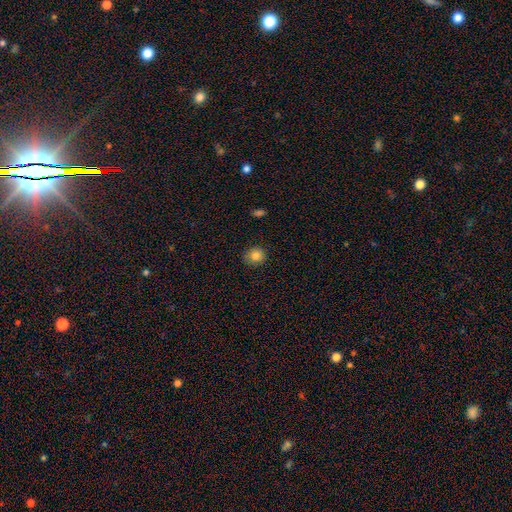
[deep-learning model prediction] smooth 83%, star or artifact 11%, featured or disk 6%. Down the decision tree: how rounded — round (84%); merging — none (87%).